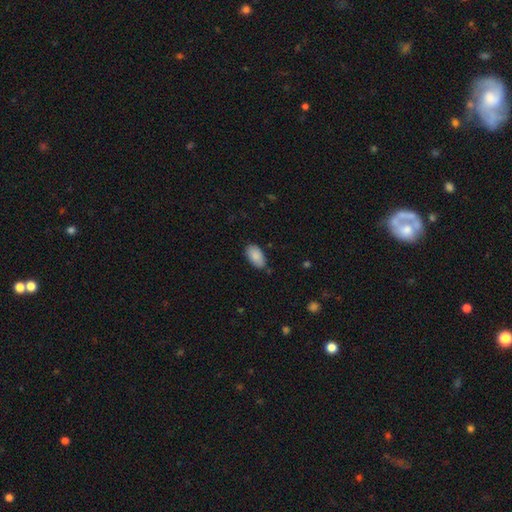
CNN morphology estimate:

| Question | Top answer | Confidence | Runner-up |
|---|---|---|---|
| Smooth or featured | smooth | 87% | star or artifact (7%) |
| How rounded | in between | 95% | round (3%) |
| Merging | none | 79% | minor disturbance (16%) |